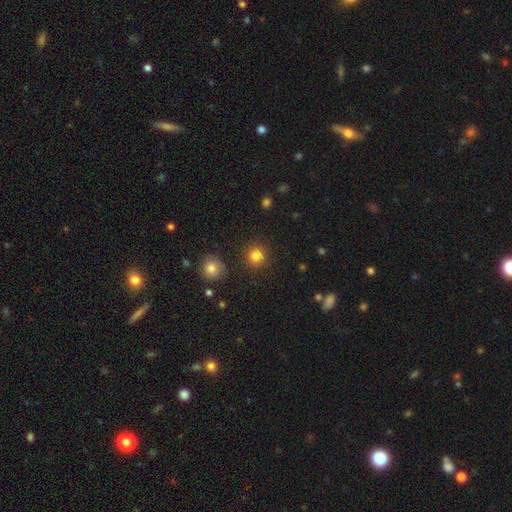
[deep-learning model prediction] smooth-or-featured: smooth: 82% | star or artifact: 13% | featured or disk: 5%
  how-rounded: round: 93% | in between: 6% | cigar-shaped: 1%
  merging: none: 89% | minor disturbance: 7% | major disturbance: 3% | merger: 2%